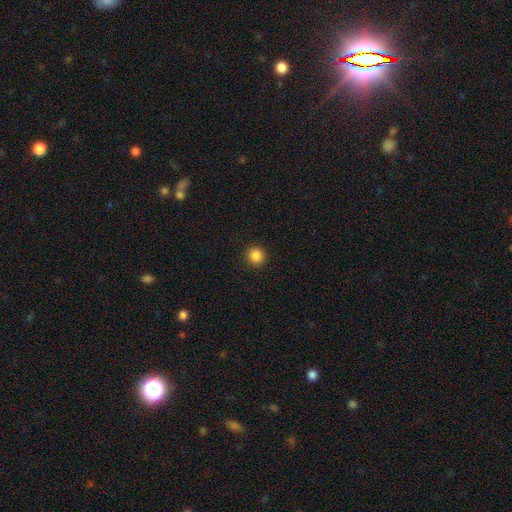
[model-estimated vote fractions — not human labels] smooth 86%, star or artifact 11%, featured or disk 3%. Down the decision tree: how rounded — round (94%); merging — none (93%).